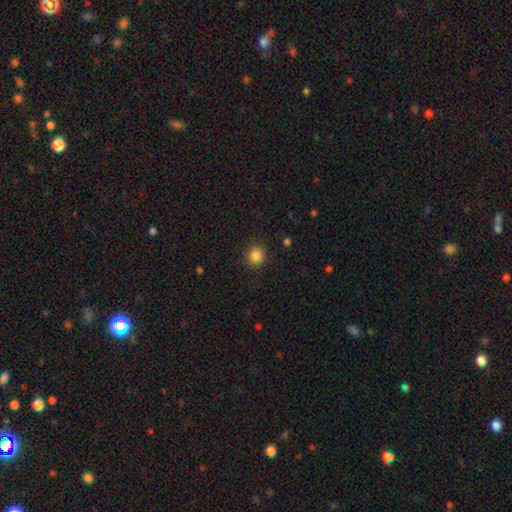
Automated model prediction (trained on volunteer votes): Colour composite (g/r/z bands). It shows a smooth galaxy with no disk features (86%) that is round (89%). Merging: none (90%).